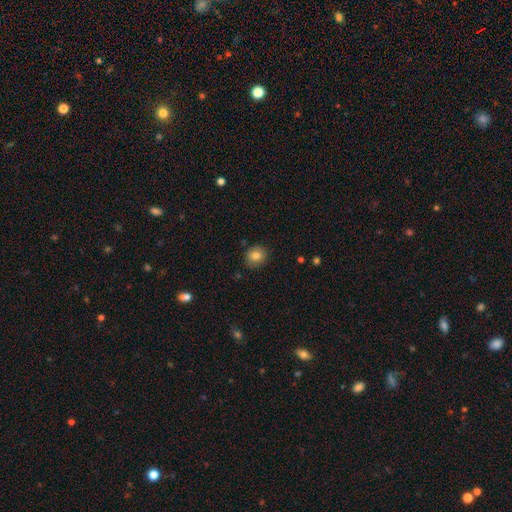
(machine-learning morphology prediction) This is clearly a smooth galaxy (82%). How rounded: likely round (74%). Merging: clearly none (86%).